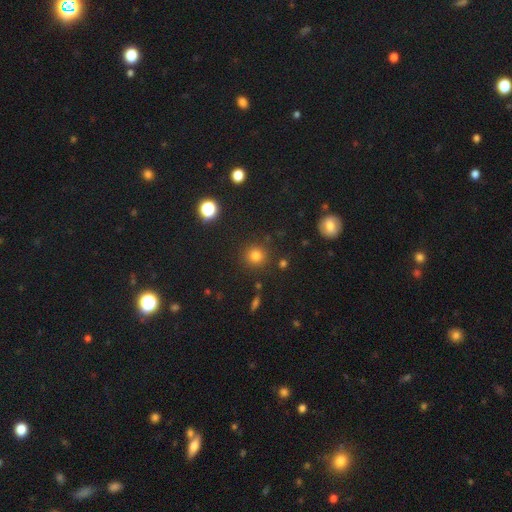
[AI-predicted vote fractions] This appears to be a smooth galaxy with no disk features (77%) that is round (92%). Merging: none (88%).